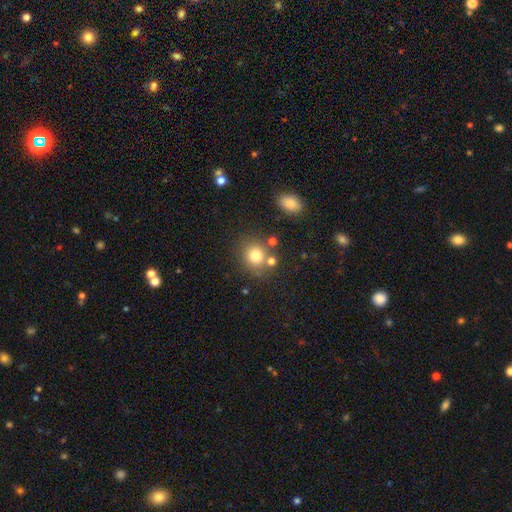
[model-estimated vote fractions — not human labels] Smooth or featured?
  - smooth: 77% *
  - star or artifact: 13%
  - featured or disk: 10%
How rounded?
  - round: 81% *
  - in between: 18%
  - cigar-shaped: 1%
Merging?
  - none: 70% *
  - merger: 15%
  - minor disturbance: 11%
  - major disturbance: 4%